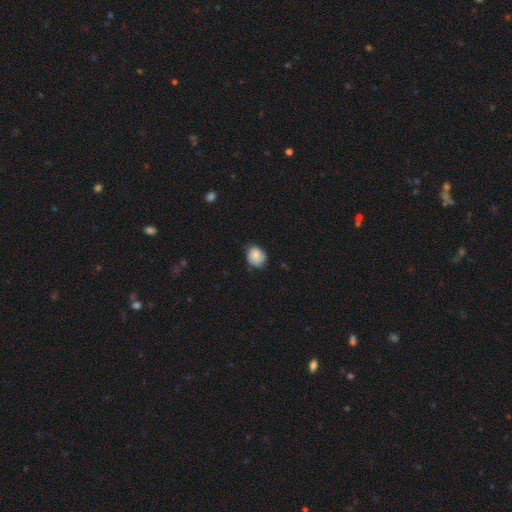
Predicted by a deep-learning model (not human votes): Morphology: type=smooth (81%); roundness=round (59%); merging=none (66%).